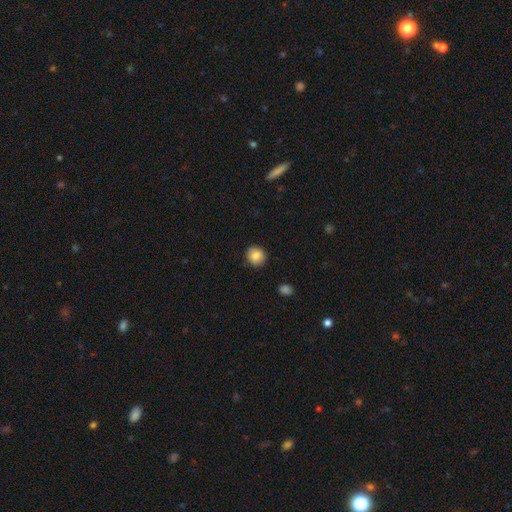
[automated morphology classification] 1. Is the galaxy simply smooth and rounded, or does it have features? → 84% smooth, 9% star or artifact, 7% featured or disk.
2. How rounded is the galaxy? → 91% round, 8% in between, 1% cigar-shaped.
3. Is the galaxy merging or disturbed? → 90% none, 7% minor disturbance, 2% major disturbance, 1% merger.